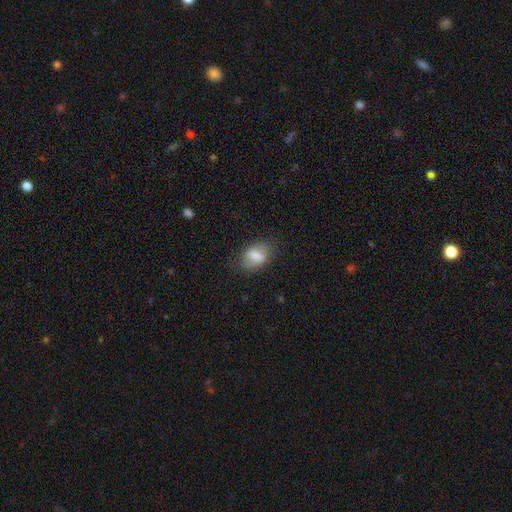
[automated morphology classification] Smooth or featured: smooth — 75% (featured or disk — 17%)
How rounded: in between — 79% (round — 18%)
Merging: none — 72% (minor disturbance — 19%)